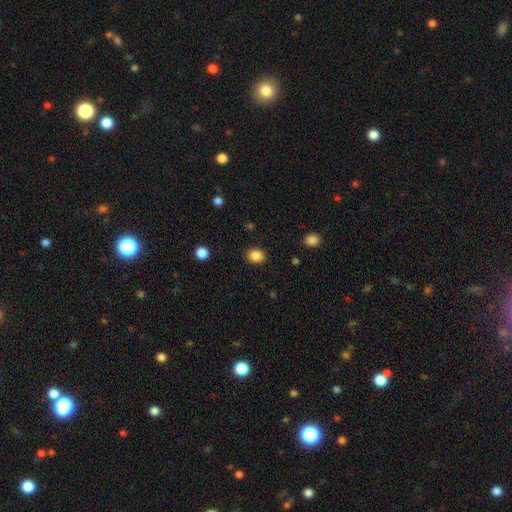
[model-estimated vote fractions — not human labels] Q: Smooth or featured?
A: smooth (86%); runner-up: star or artifact (10%)
Q: How rounded?
A: in between (55%); runner-up: round (44%)
Q: Merging?
A: none (88%); runner-up: minor disturbance (8%)